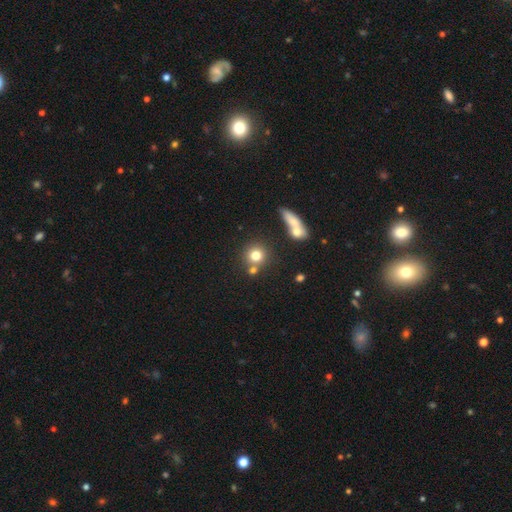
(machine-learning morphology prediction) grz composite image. It shows a smooth galaxy with no disk features (76%) that is round (90%). Merging: none (66%).